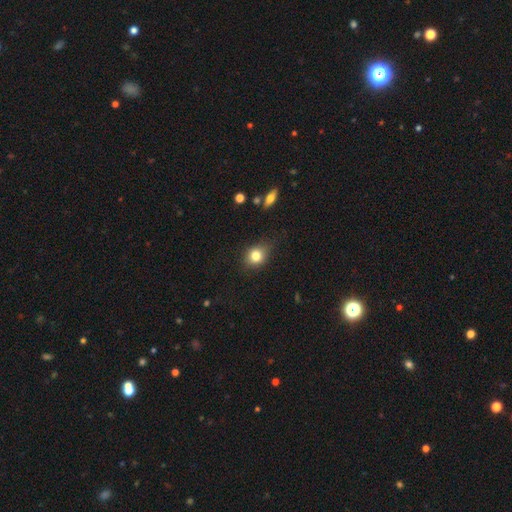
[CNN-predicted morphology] smooth 80%, star or artifact 11%, featured or disk 9%. Down the decision tree: how rounded — round (62%); merging — none (73%).